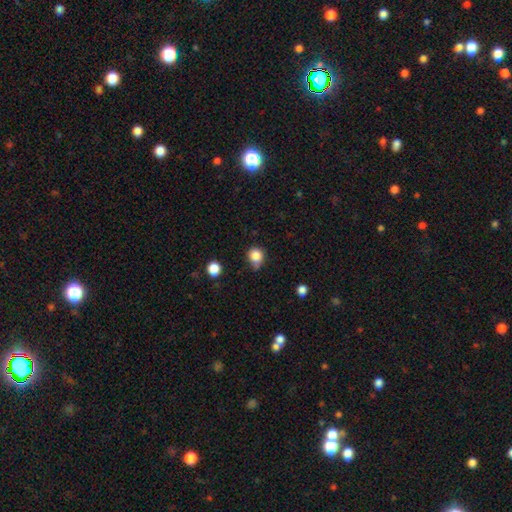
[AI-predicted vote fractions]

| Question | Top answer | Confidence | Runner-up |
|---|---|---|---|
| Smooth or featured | smooth | 84% | star or artifact (11%) |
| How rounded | round | 83% | in between (16%) |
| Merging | none | 55% | minor disturbance (30%) |